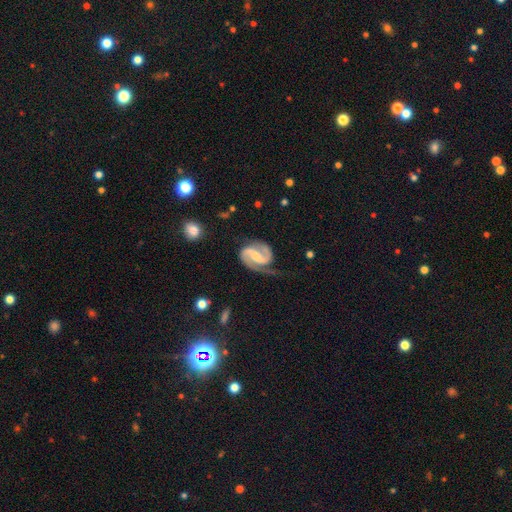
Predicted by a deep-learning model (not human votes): featured or disk 92%, smooth 4%, star or artifact 4%. Down the decision tree: edge-on disk — no (98%); bar — strong (48%); spiral arms — yes (98%); spiral arm count — 2 (92%); spiral winding — medium (56%); bulge size — small (47%); merging — none (65%).